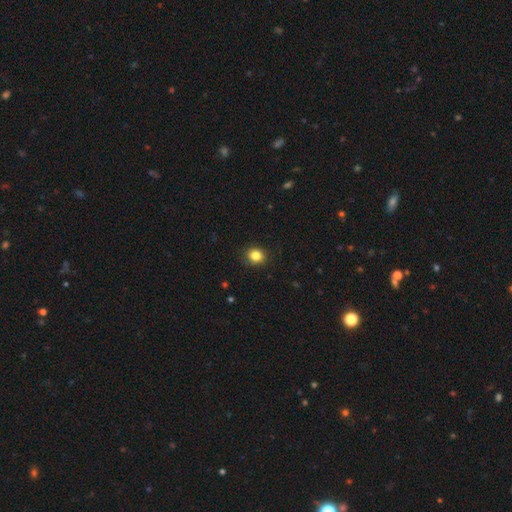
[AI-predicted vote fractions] Overall: smooth (84%). How rounded: round (78%). Merging: none (90%).